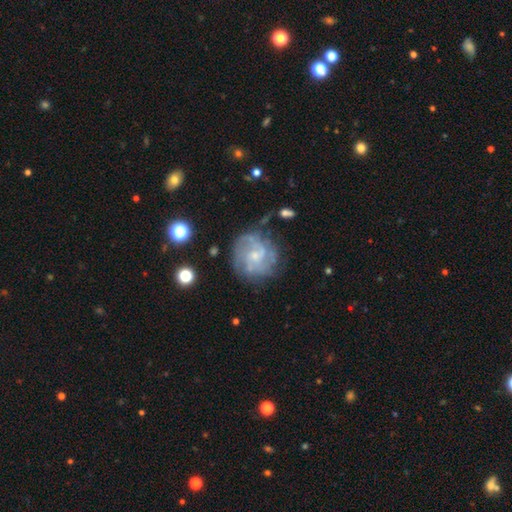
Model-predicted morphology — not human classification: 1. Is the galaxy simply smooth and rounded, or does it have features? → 77% featured or disk, 16% smooth, 8% star or artifact.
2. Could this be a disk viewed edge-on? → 98% no, 2% yes.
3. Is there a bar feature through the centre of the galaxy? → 63% no, 33% weak, 5% strong.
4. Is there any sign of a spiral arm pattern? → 87% yes, 13% no.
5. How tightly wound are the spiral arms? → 47% tight, 39% medium, 14% loose.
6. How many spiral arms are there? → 39% can't tell, 24% 2, 18% 3, 8% 4, 5% 1, 5% more than 4.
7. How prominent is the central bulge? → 64% small, 26% moderate, 8% none, 2% large, 1% dominant.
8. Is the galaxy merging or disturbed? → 67% none, 19% minor disturbance, 11% major disturbance, 3% merger.